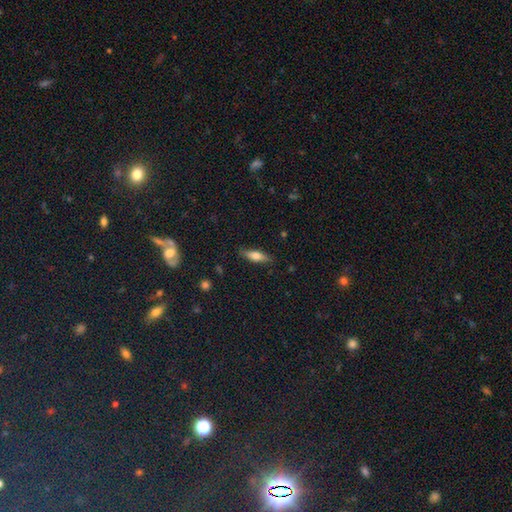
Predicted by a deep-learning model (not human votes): This appears to be a smooth galaxy with no disk features (58%) that is cigar-shaped (55%). Merging: none (84%).